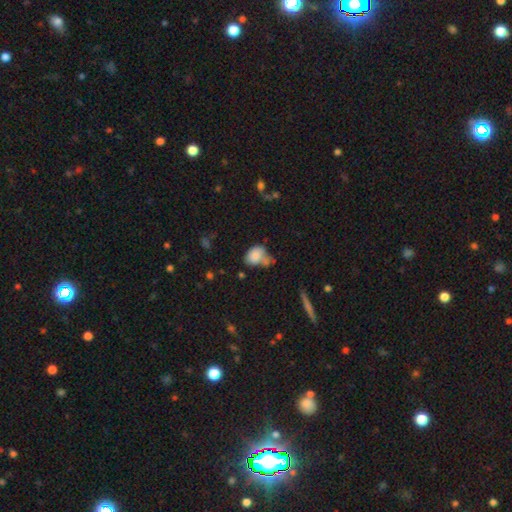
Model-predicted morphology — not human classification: smooth_or_featured: smooth (p=0.79) [alt: featured or disk p=0.12]
how_rounded: in between (p=0.75) [alt: round p=0.24]
merging: none (p=0.34) [alt: merger p=0.27]